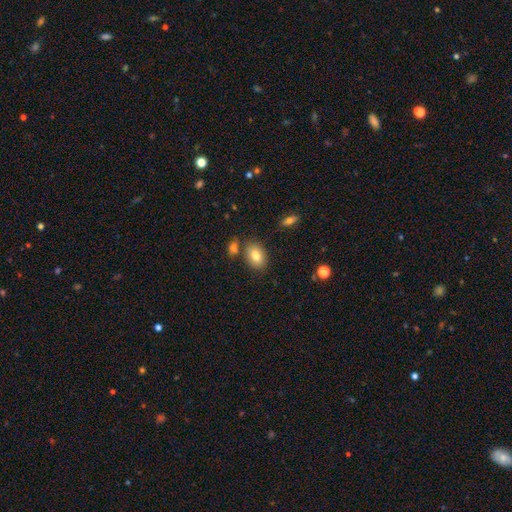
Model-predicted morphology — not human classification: Smooth or featured? Predicted: smooth (p=0.81). How rounded? Predicted: in between (p=0.81). Merging? Predicted: none (p=0.75).